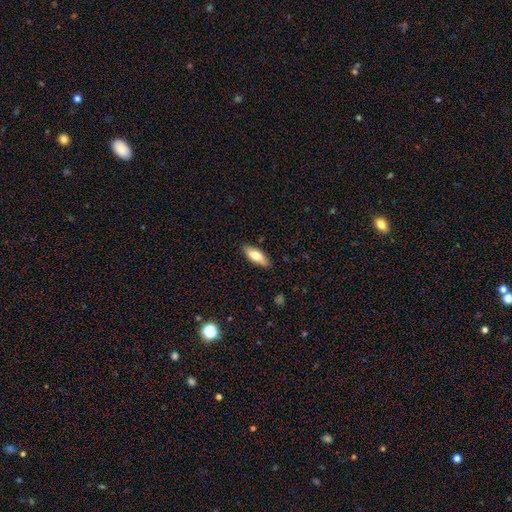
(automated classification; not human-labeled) This appears to be a smooth galaxy with no disk features (74%) that is in between round and cigar-shaped (70%). Merging: none (87%).